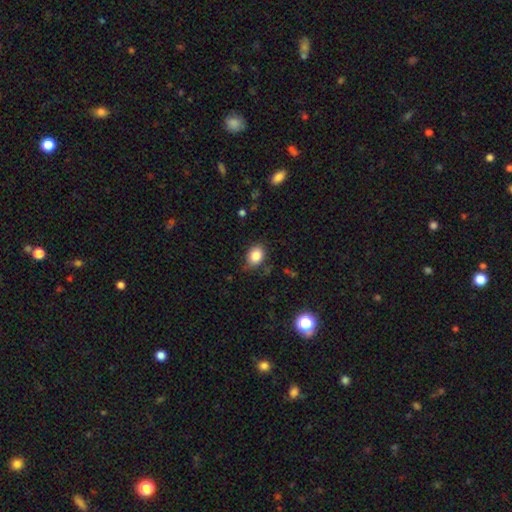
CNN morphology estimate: smooth 85%, star or artifact 9%, featured or disk 6%. Down the decision tree: how rounded — in between (67%); merging — none (71%).